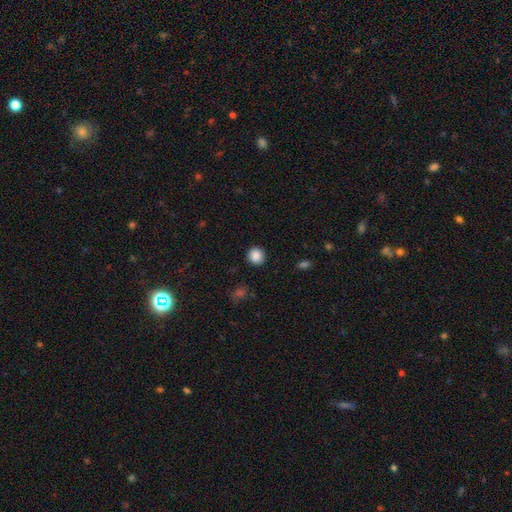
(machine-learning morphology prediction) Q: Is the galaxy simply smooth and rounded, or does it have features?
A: smooth — 88%.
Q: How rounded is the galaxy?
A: round — 89%.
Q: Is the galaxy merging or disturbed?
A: none — 91%.